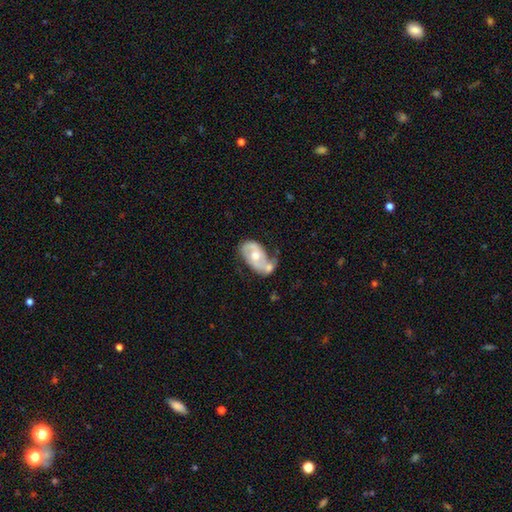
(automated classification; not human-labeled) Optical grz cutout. It shows a featured or disk galaxy (64%) with no bar (66%), spiral arms (69%) and a moderate central bulge (71%). Merging: merger (37%).